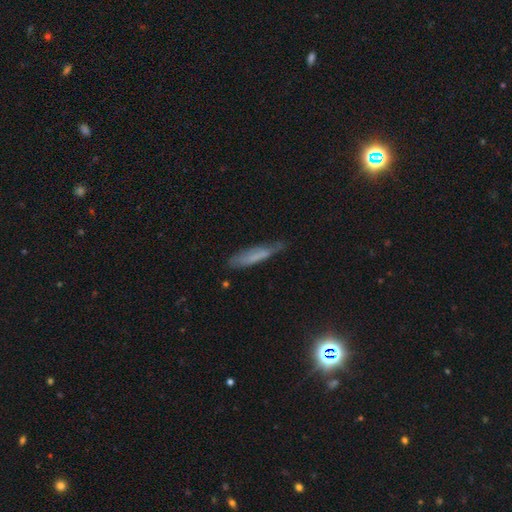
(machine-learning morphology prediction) This is possibly a smooth galaxy (60%). How rounded: clearly cigar-shaped (82%). Merging: likely none (60%).